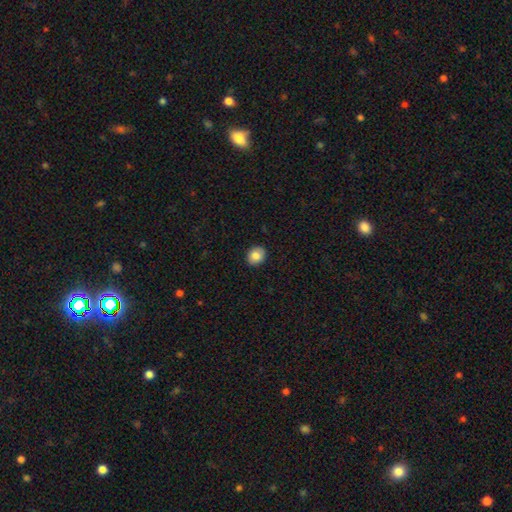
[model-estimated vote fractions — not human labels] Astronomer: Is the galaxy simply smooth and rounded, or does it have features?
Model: smooth — 84%.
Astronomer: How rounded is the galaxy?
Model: round — 66%.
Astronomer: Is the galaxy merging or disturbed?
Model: none — 91%.